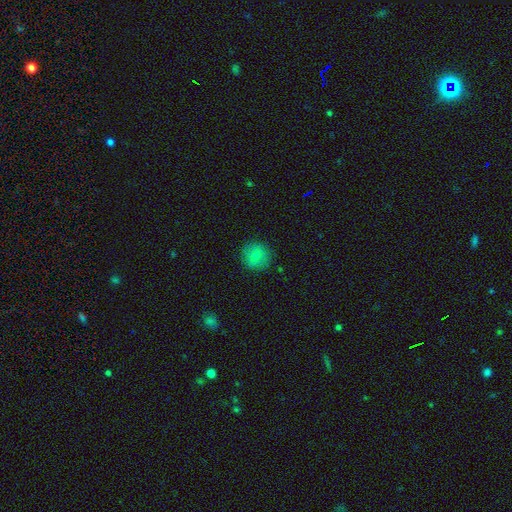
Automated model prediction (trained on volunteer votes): smooth_or_featured: smooth (p=0.69) [alt: featured or disk p=0.18]
how_rounded: round (p=0.93) [alt: in between p=0.06]
merging: none (p=0.89) [alt: minor disturbance p=0.08]